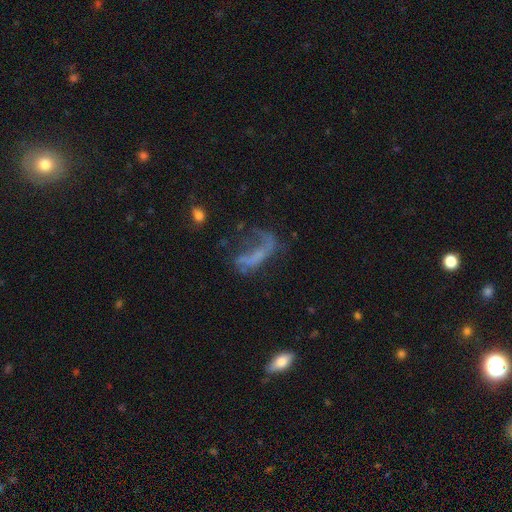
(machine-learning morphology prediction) Q: Smooth or featured?
A: featured or disk (54%); runner-up: smooth (29%)
Q: Edge-on disk?
A: no (90%); runner-up: yes (10%)
Q: Merging?
A: major disturbance (48%); runner-up: none (29%)